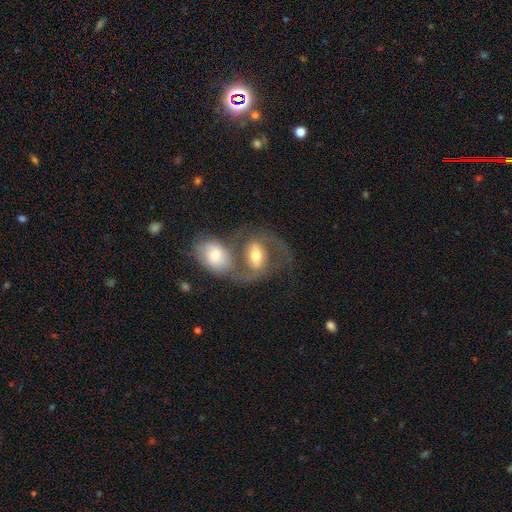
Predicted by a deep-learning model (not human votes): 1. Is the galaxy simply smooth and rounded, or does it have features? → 71% featured or disk, 23% smooth, 6% star or artifact.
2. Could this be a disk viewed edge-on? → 96% no, 4% yes.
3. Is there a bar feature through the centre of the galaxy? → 41% weak, 31% strong, 28% no.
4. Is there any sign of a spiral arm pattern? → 86% yes, 14% no.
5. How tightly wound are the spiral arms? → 51% medium, 29% loose, 20% tight.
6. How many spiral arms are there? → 85% 2, 7% can't tell, 5% 1, 1% 3, 1% 4, 1% more than 4.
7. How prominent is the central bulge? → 63% moderate, 21% small, 12% large, 2% none, 2% dominant.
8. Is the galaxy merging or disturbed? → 61% merger, 23% none, 9% major disturbance, 8% minor disturbance.